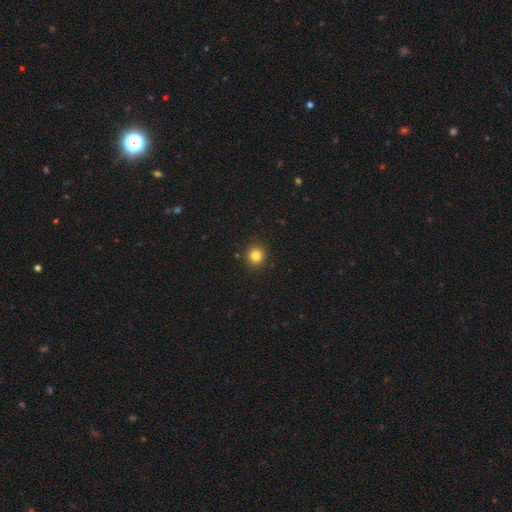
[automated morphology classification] A smooth galaxy with no disk features (83%) that is round (92%). Merging: none (91%).